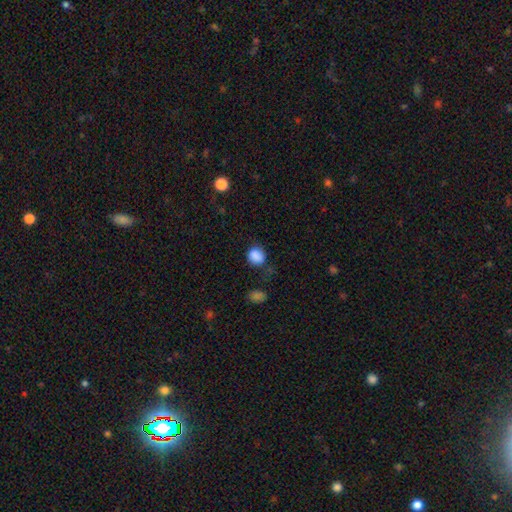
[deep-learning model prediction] This appears to be a smooth galaxy with no disk features (86%) that is round (71%). Merging: none (63%).